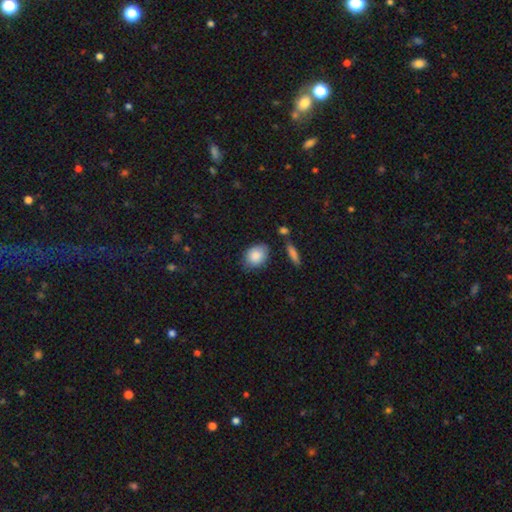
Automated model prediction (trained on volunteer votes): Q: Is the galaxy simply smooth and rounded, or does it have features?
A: smooth — 87%.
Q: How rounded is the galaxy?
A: in between — 68%.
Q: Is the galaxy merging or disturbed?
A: none — 71%.